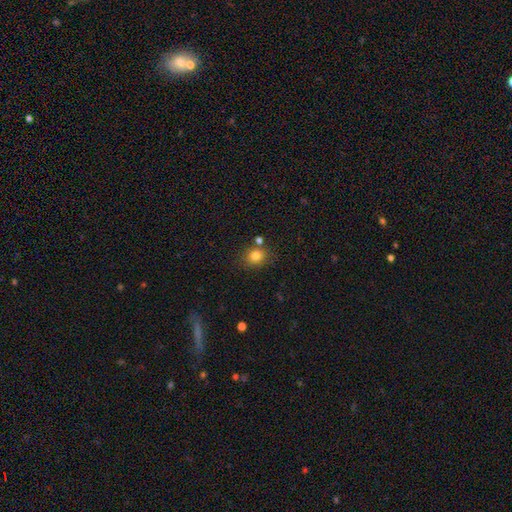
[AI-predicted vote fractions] Overall: smooth (81%). How rounded: round (67%; in between 32%). Merging: none (74%).